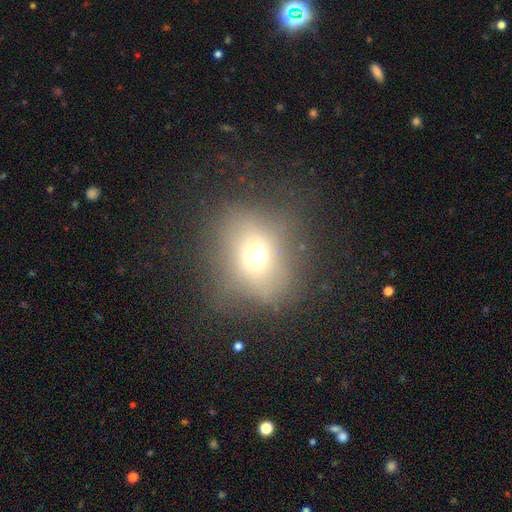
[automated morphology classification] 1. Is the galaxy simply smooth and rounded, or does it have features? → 60% smooth, 22% featured or disk, 18% star or artifact.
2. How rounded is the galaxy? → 64% round, 34% in between, 2% cigar-shaped.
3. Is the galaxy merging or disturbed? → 67% none, 19% minor disturbance, 12% major disturbance, 2% merger.